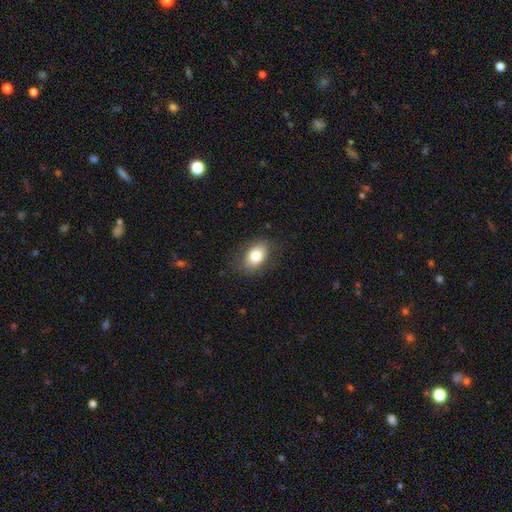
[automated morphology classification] Smooth or featured: smooth — 80% (featured or disk — 12%)
How rounded: in between — 82% (round — 16%)
Merging: none — 82% (minor disturbance — 13%)